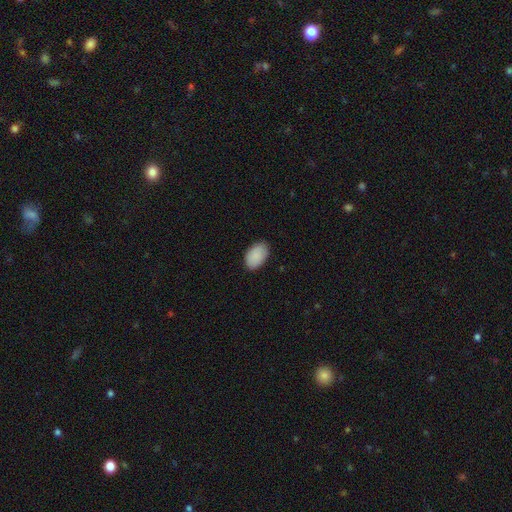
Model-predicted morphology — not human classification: smooth_or_featured: smooth (p=0.90) [alt: star or artifact p=0.06]
how_rounded: in between (p=0.93) [alt: round p=0.06]
merging: none (p=0.84) [alt: minor disturbance p=0.13]